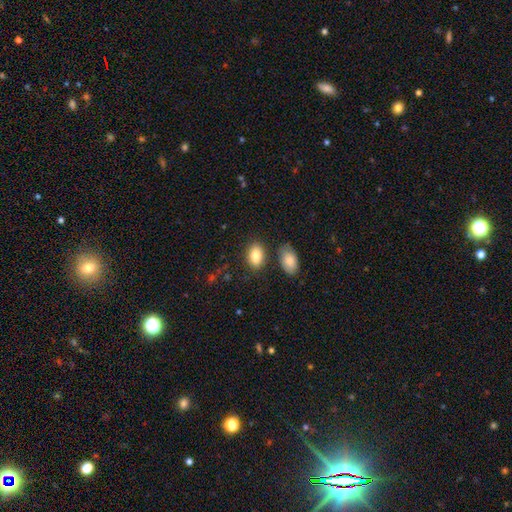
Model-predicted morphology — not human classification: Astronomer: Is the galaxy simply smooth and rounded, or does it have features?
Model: smooth — 85%.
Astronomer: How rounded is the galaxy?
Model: in between — 89%.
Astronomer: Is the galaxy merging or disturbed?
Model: none — 78%.